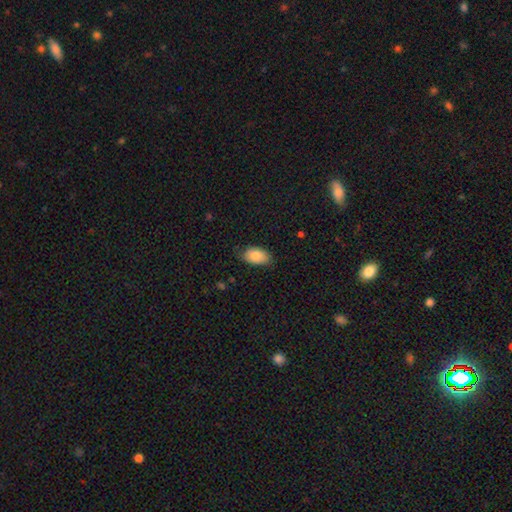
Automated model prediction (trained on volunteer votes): Overall: smooth (85%). How rounded: in between (93%). Merging: none (76%).